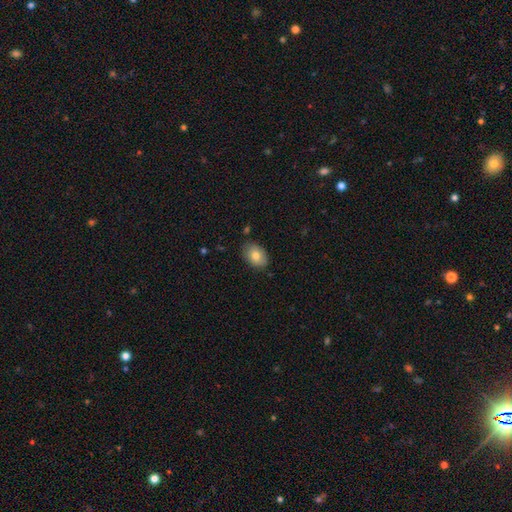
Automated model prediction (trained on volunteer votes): This is likely a smooth galaxy (79%). How rounded: clearly in between (83%). Merging: clearly none (82%).